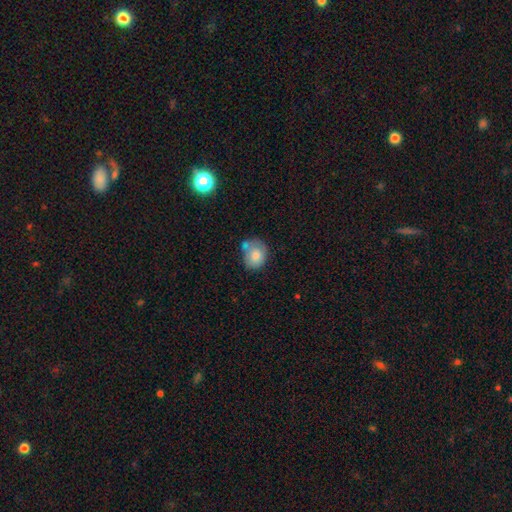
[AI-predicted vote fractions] smooth 77%, featured or disk 15%, star or artifact 8%. Down the decision tree: how rounded — round (58%); merging — none (43%).